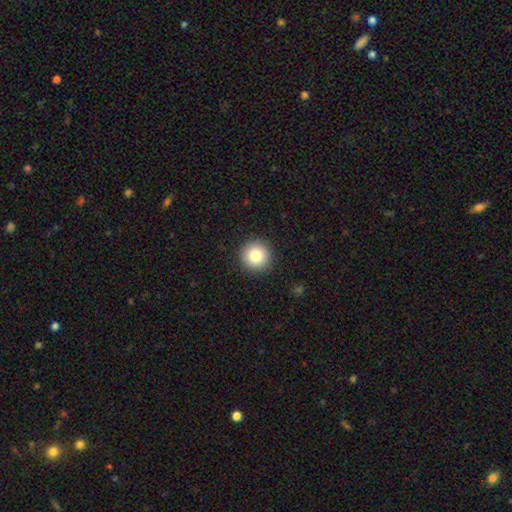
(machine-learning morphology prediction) type=smooth (84%); roundness=round (96%); merging=none (92%).